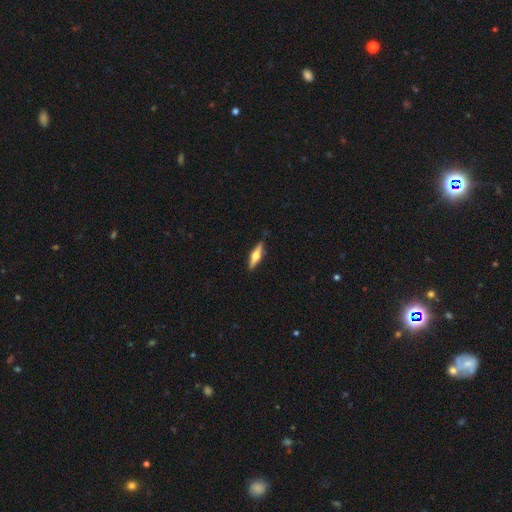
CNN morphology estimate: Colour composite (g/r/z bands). It shows a featured or disk galaxy (58%) viewed edge-on (95%) with a rounded central bulge (94%). Merging: none (88%).